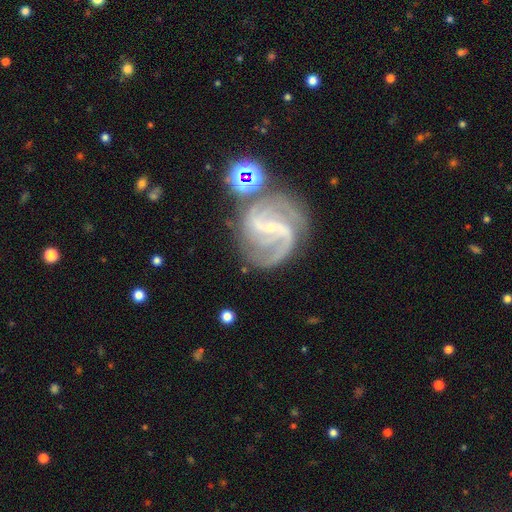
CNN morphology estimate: Smooth or featured? featured or disk (91%)
Edge-on disk? no (98%)
Bar? weak (43%)
Spiral arms? yes (98%)
Spiral winding? medium (56%)
Spiral arm count? 2 (37%)
Bulge size? small (82%)
Merging? none (68%)